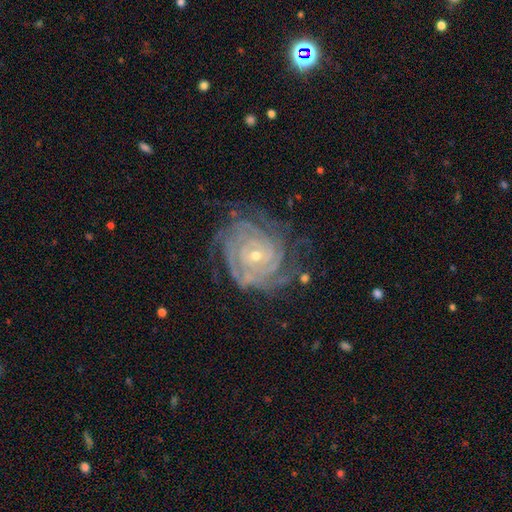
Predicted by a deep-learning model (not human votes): This appears to be a featured or disk galaxy (90%) with no bar (68%), 4 (24%) tight (85%) spiral arms (98%) and a small central bulge (69%). Merging: none (71%).